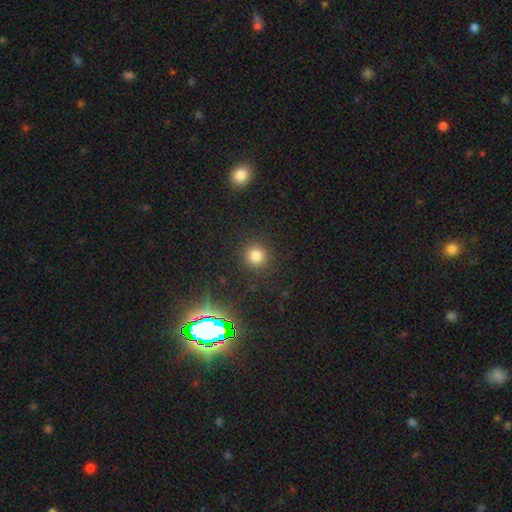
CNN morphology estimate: Q: Smooth or featured?
A: smooth (78%); runner-up: star or artifact (17%)
Q: How rounded?
A: round (91%); runner-up: in between (8%)
Q: Merging?
A: none (89%); runner-up: minor disturbance (6%)